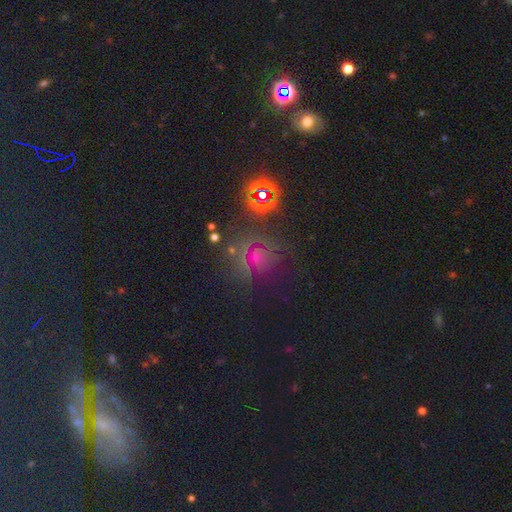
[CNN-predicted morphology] Smooth or featured? star or artifact (58%)